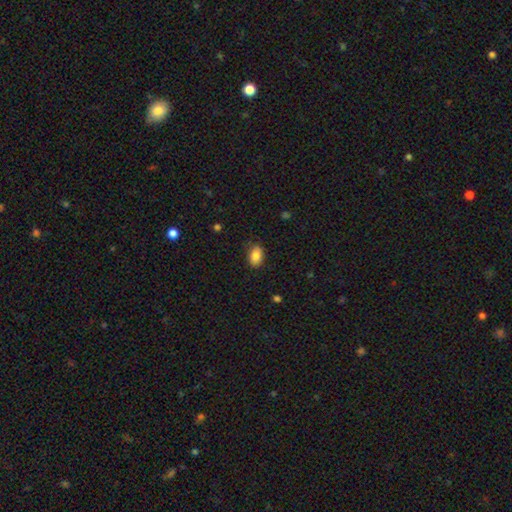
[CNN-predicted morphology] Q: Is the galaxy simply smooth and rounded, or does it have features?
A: smooth — 86%.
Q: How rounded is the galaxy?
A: in between — 86%.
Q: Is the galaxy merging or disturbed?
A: none — 84%.